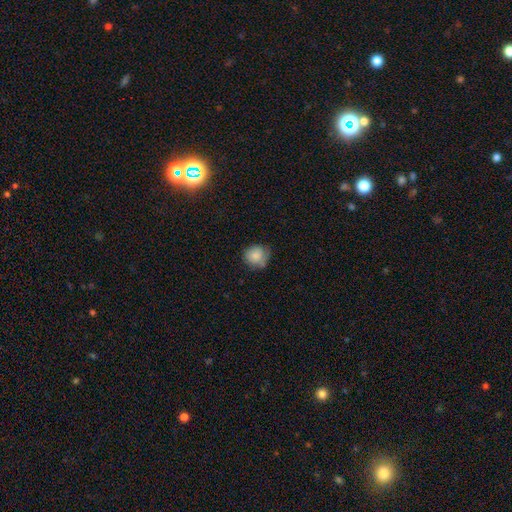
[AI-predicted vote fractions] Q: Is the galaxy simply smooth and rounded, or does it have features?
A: smooth — 82%.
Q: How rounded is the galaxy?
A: round — 83%.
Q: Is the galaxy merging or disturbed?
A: none — 62%.